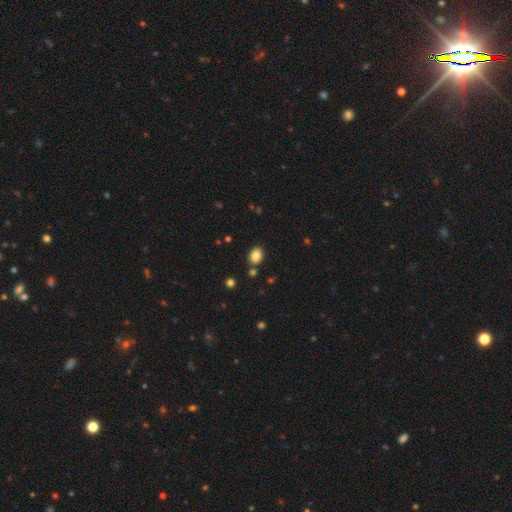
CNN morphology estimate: Overall: smooth (84%). How rounded: in between (57%; round 42%). Merging: none (80%).